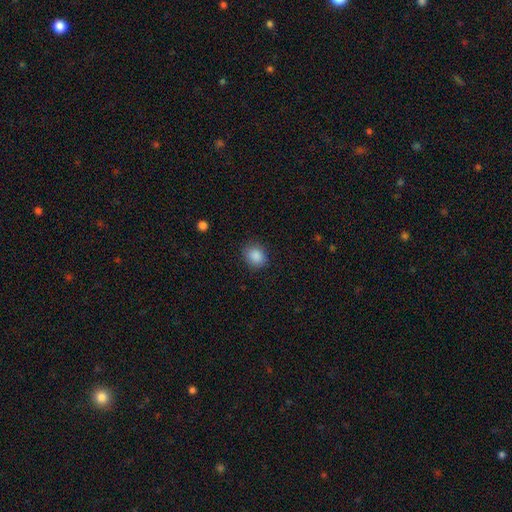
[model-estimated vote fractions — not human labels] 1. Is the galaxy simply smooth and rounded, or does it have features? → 88% smooth, 9% star or artifact, 3% featured or disk.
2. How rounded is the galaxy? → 64% round, 36% in between, 1% cigar-shaped.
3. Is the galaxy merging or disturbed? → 85% none, 11% minor disturbance, 3% major disturbance, 1% merger.